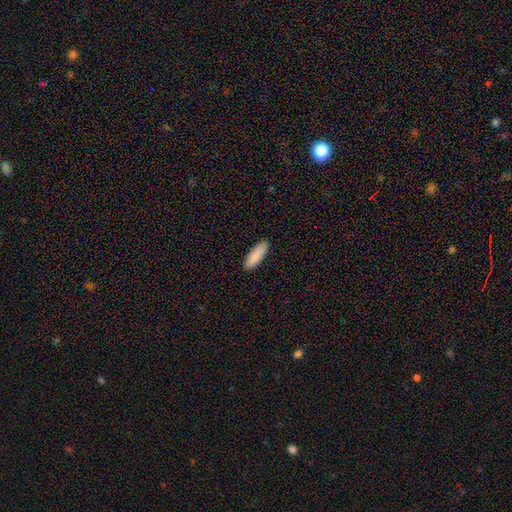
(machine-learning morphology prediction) Smooth or featured?
  - smooth: 90% *
  - star or artifact: 6%
  - featured or disk: 5%
How rounded?
  - in between: 55% *
  - cigar-shaped: 44%
  - round: 2%
Merging?
  - none: 89% *
  - minor disturbance: 8%
  - major disturbance: 2%
  - merger: 1%